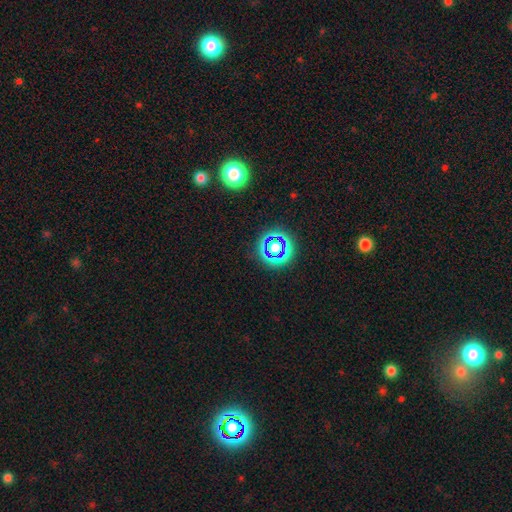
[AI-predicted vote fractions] Q: Smooth or featured?
A: star or artifact (56%); runner-up: smooth (36%)